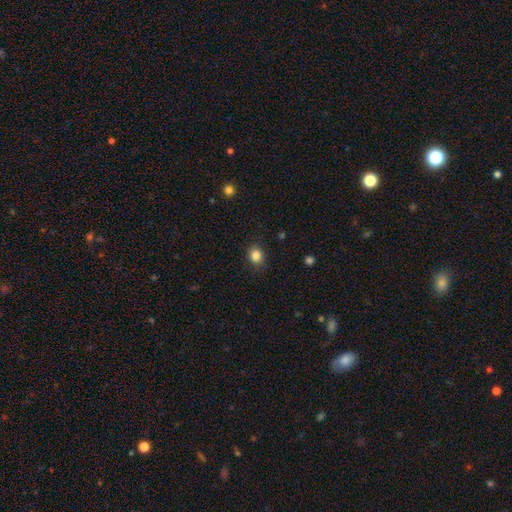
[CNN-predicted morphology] Overall: smooth (85%). How rounded: round (71%). Merging: none (86%).